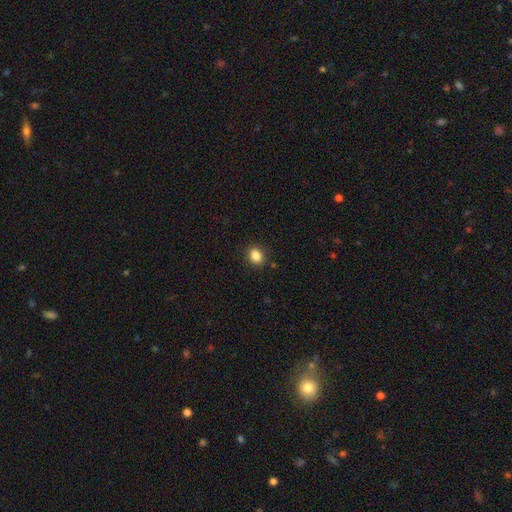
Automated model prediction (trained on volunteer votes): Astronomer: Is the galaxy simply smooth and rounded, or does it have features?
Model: smooth — 86%.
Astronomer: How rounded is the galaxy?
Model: round — 55% (runner-up: in between, 44%).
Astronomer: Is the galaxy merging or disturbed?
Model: none — 88%.